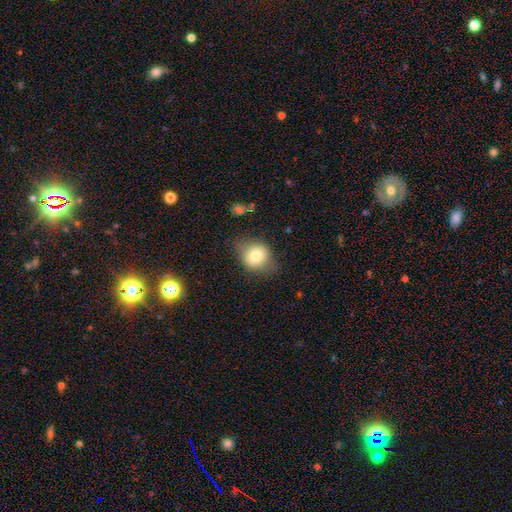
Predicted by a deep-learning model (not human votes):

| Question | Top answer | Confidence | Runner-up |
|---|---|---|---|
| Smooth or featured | smooth | 75% | featured or disk (16%) |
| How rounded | round | 59% | in between (40%) |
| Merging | none | 61% | minor disturbance (27%) |